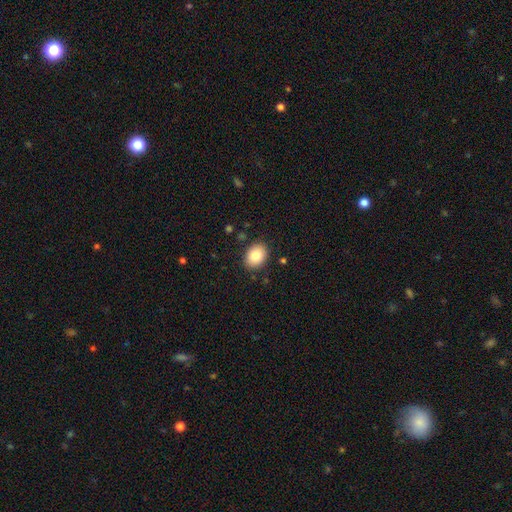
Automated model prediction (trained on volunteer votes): A smooth galaxy with no disk features (83%) that is in between round and cigar-shaped (63%). Merging: none (88%).